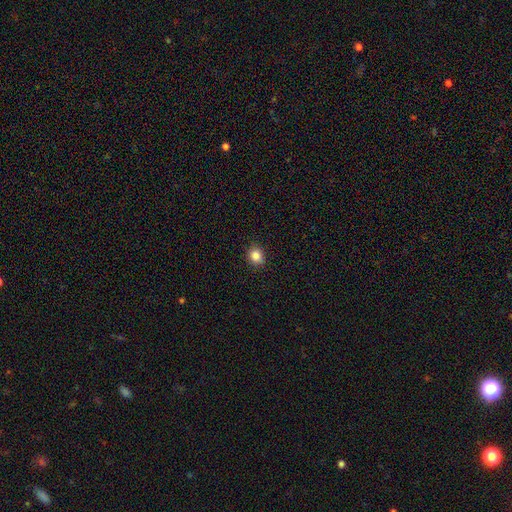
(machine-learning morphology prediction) The model was most divided on "how rounded": round: 74%, in between: 25%, cigar-shaped: 1%. More confident: merging — none (90%); smooth or featured — smooth (85%).